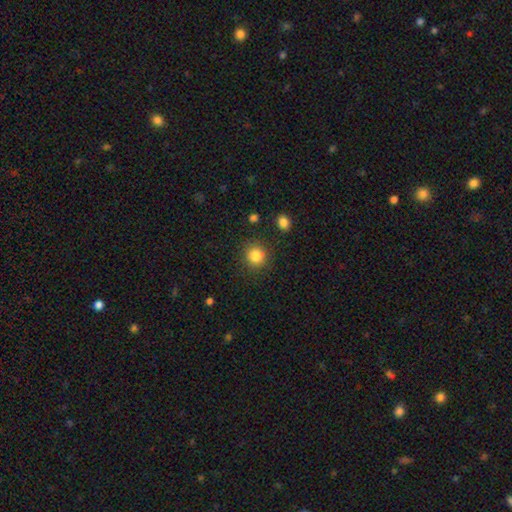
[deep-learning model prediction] Q: Smooth or featured?
A: smooth (84%); runner-up: star or artifact (11%)
Q: How rounded?
A: round (90%); runner-up: in between (10%)
Q: Merging?
A: none (86%); runner-up: minor disturbance (8%)